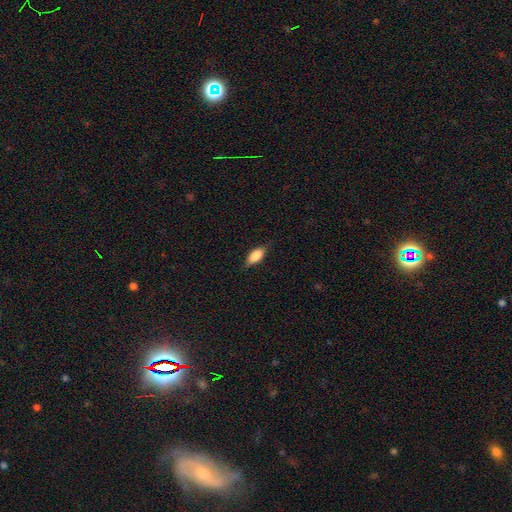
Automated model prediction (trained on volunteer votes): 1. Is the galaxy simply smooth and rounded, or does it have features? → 80% smooth, 13% featured or disk, 7% star or artifact.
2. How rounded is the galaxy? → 81% in between, 16% cigar-shaped, 3% round.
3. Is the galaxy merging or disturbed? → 79% none, 16% minor disturbance, 4% major disturbance, 1% merger.